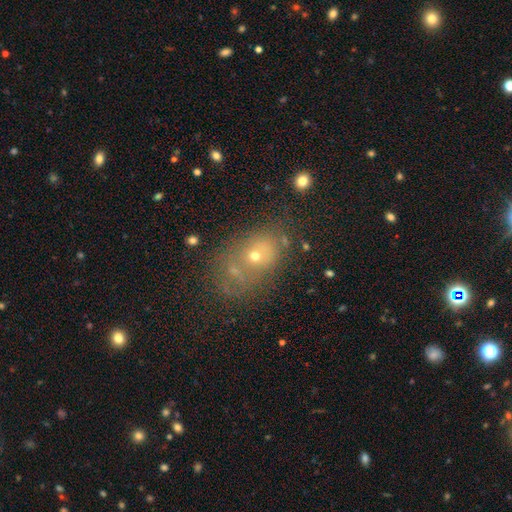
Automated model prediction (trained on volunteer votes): smooth_or_featured: smooth (p=0.46) [alt: star or artifact p=0.29]
merging: none (p=0.48) [alt: merger p=0.23]